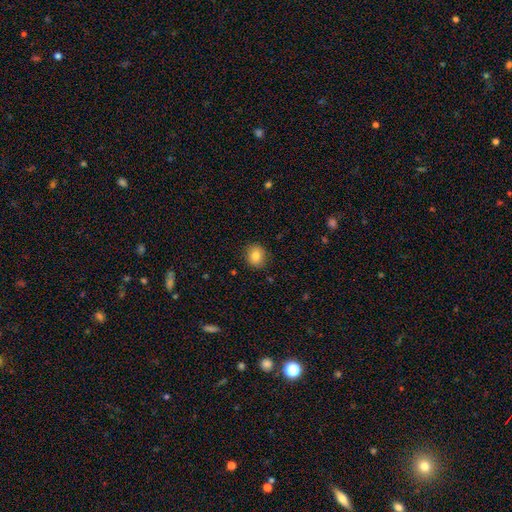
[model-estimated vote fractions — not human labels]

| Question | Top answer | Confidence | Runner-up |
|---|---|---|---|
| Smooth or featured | smooth | 84% | star or artifact (9%) |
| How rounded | round | 79% | in between (20%) |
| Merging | none | 89% | minor disturbance (8%) |